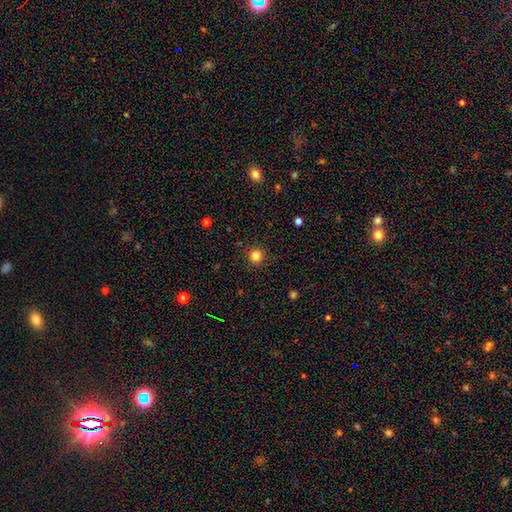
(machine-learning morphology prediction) Overall: smooth (82%). How rounded: round (95%). Merging: none (91%).